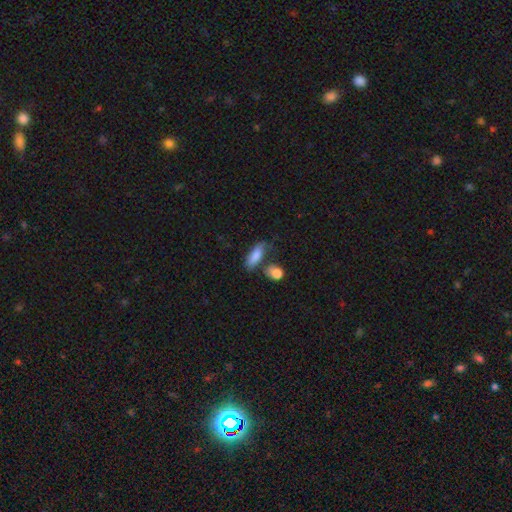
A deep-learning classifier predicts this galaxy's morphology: A smooth galaxy with no disk features (81%) that is in between round and cigar-shaped (72%). Merging: none (48%).